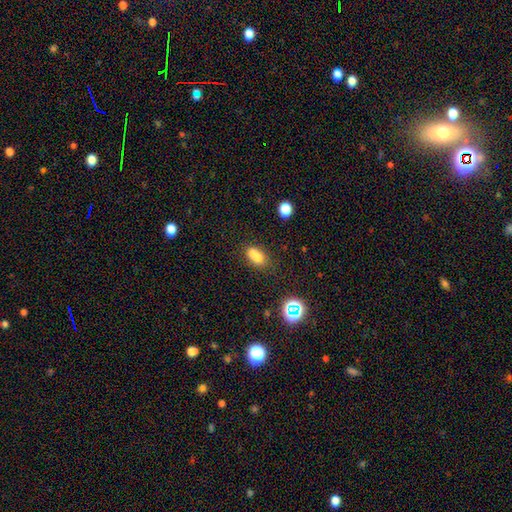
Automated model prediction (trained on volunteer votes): Smooth or featured: smooth — 70% (featured or disk — 16%)
How rounded: in between — 71% (round — 24%)
Merging: merger — 45% (none — 38%)